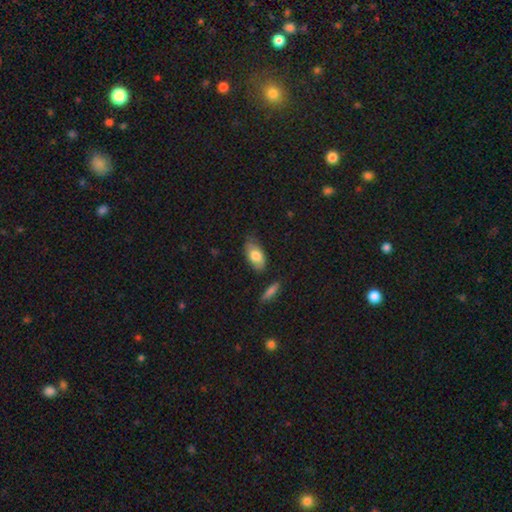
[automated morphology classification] A smooth galaxy with no disk features (76%) that is in between round and cigar-shaped (92%).

Vote fractions:
- Smooth or featured? smooth: 76% / featured or disk: 18% / star or artifact: 6%
- How rounded? in between: 92% / cigar-shaped: 5% / round: 4%
- Merging? none: 70% / minor disturbance: 22% / major disturbance: 5% / merger: 3%